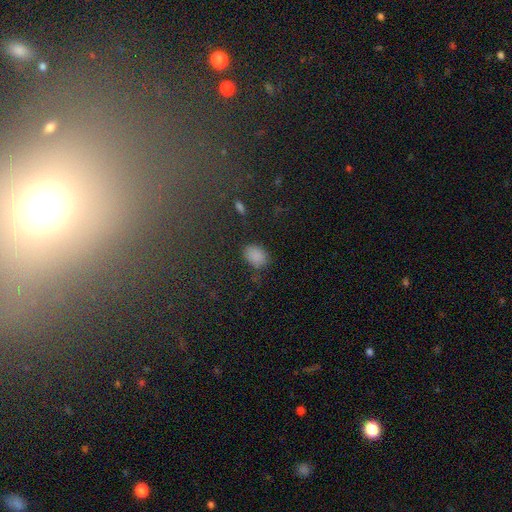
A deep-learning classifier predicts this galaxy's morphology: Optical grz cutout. It shows a smooth galaxy with no disk features (84%) that is in between round and cigar-shaped (76%). Merging: none (74%).